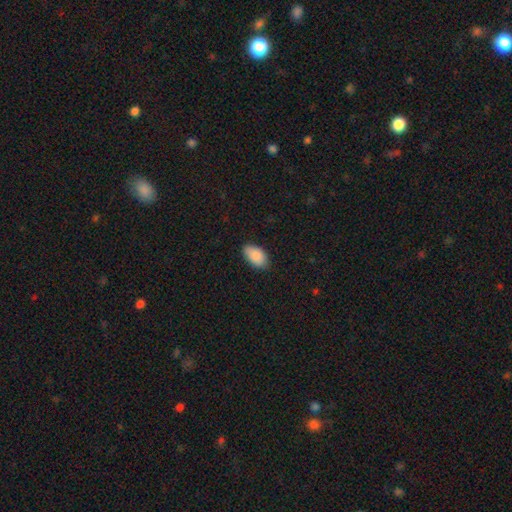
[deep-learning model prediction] A smooth galaxy with no disk features (89%) that is in between round and cigar-shaped (94%).

Vote fractions:
- Smooth or featured? smooth: 89% / star or artifact: 7% / featured or disk: 5%
- How rounded? in between: 94% / round: 4% / cigar-shaped: 2%
- Merging? none: 83% / minor disturbance: 14% / major disturbance: 2% / merger: 1%